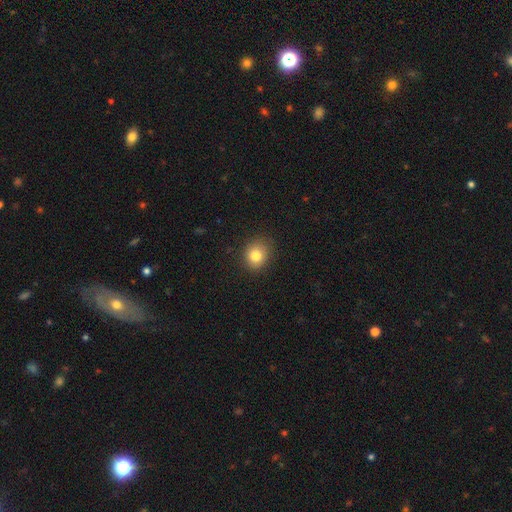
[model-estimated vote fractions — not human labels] Overall: smooth (81%). How rounded: round (69%; in between 30%). Merging: none (83%).